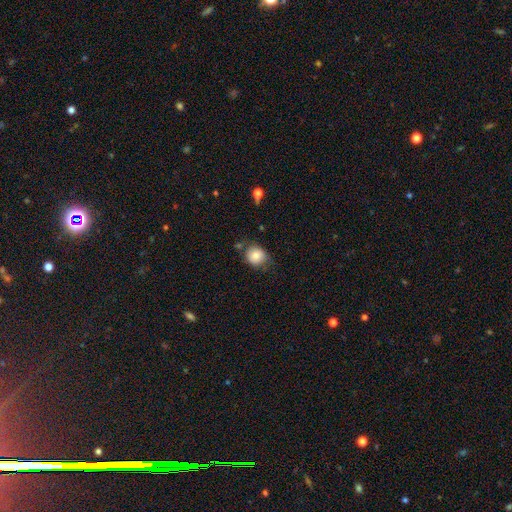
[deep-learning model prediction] smooth-or-featured: smooth: 80% | featured or disk: 11% | star or artifact: 9%
  how-rounded: round: 75% | in between: 24% | cigar-shaped: 1%
  merging: none: 65% | minor disturbance: 24% | major disturbance: 7% | merger: 5%